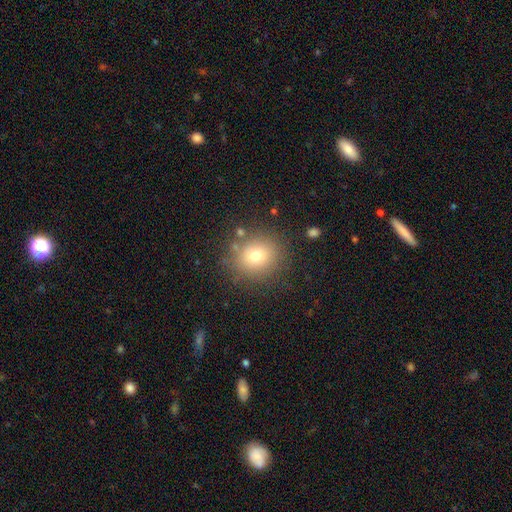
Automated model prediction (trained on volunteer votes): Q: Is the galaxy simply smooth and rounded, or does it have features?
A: smooth — 75%.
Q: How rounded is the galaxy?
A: round — 80%.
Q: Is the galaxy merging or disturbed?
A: none — 82%.